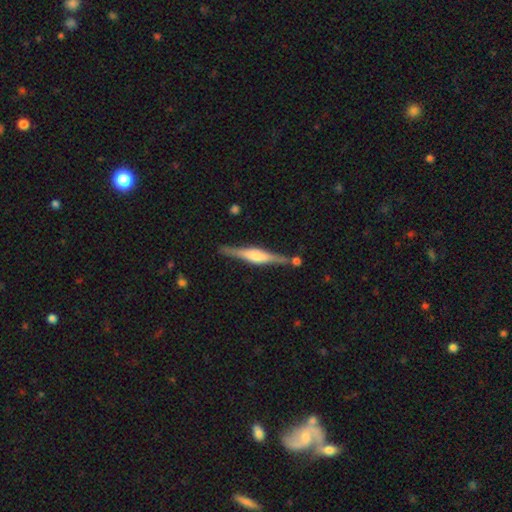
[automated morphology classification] featured or disk 73%, smooth 22%, star or artifact 5%. Down the decision tree: edge-on disk — yes (97%); edge-on bulge — rounded (60%); merging — none (82%).